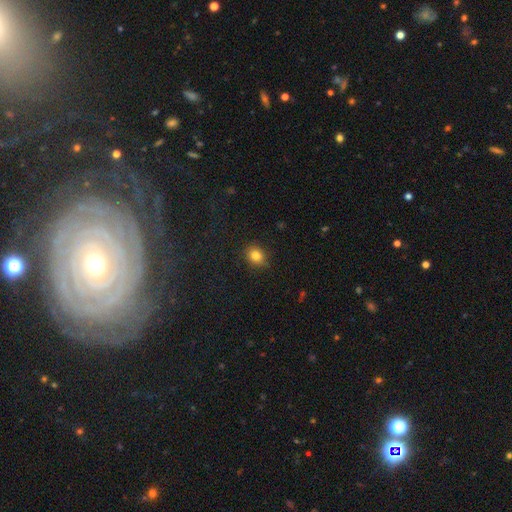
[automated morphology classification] A smooth galaxy with no disk features (83%) that is round (70%). Merging: none (83%).